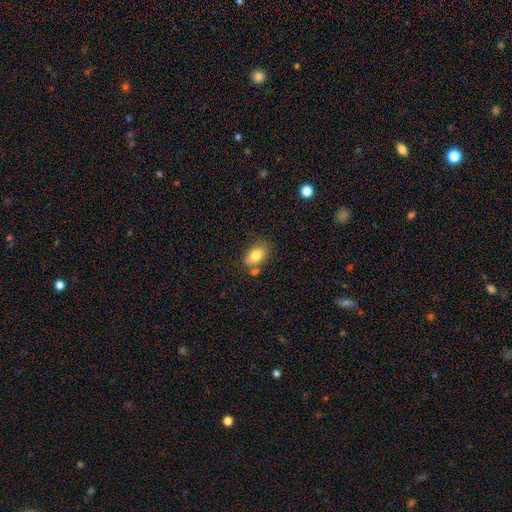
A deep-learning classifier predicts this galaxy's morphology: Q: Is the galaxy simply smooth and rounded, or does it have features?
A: smooth — 80%.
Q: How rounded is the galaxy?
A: in between — 87%.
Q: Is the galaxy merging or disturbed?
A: none — 65%.